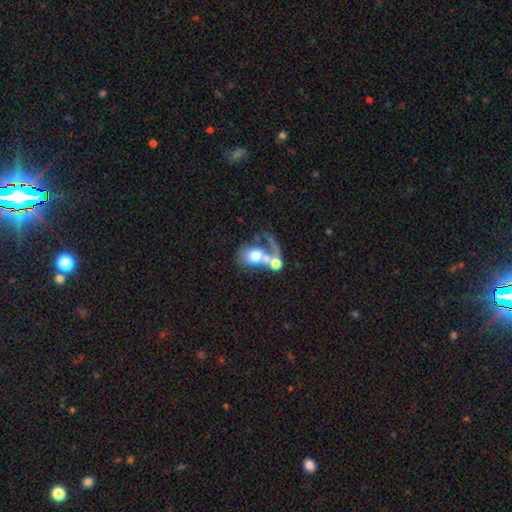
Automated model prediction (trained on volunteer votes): smooth_or_featured: smooth (p=0.45) [tied with: featured or disk p=0.45]
merging: merger (p=0.55) [alt: major disturbance p=0.24]